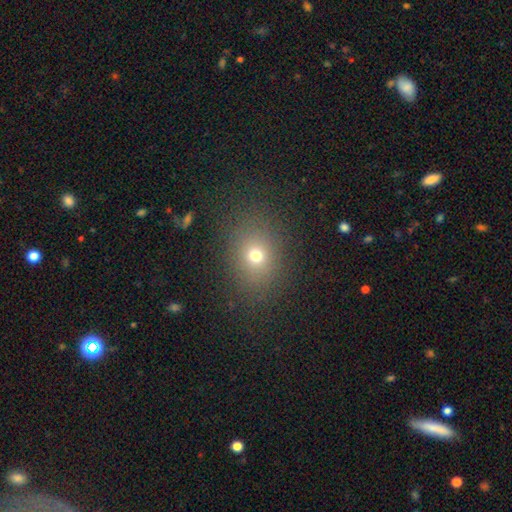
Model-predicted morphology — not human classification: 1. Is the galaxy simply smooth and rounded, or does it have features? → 70% smooth, 19% star or artifact, 11% featured or disk.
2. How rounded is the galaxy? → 54% round, 45% in between, 1% cigar-shaped.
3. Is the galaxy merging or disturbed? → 84% none, 10% minor disturbance, 5% major disturbance, 1% merger.